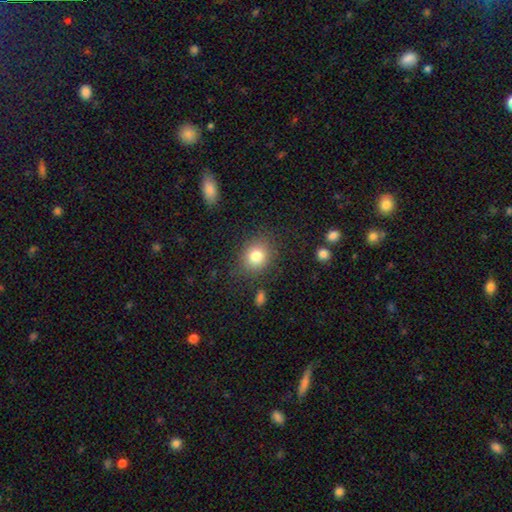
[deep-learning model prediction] This appears to be a smooth galaxy with no disk features (76%) that is round (76%). Merging: none (88%).